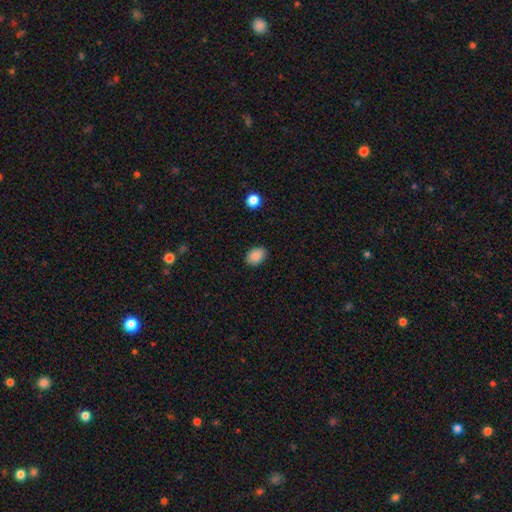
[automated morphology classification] smooth 88%, star or artifact 8%, featured or disk 3%. Down the decision tree: how rounded — in between (74%); merging — none (88%).